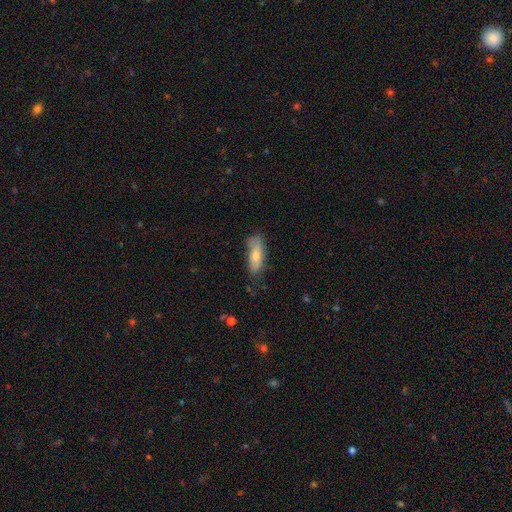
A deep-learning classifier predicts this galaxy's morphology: Smooth or featured? Predicted: smooth (p=0.65). How rounded? Predicted: in between (p=0.56). Merging? Predicted: none (p=0.68).